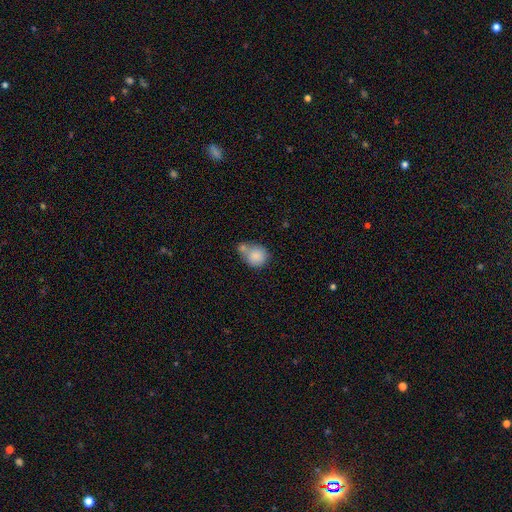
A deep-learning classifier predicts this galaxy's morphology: Smooth or featured? smooth (82%)
How rounded? round (73%)
Merging? merger (44%)